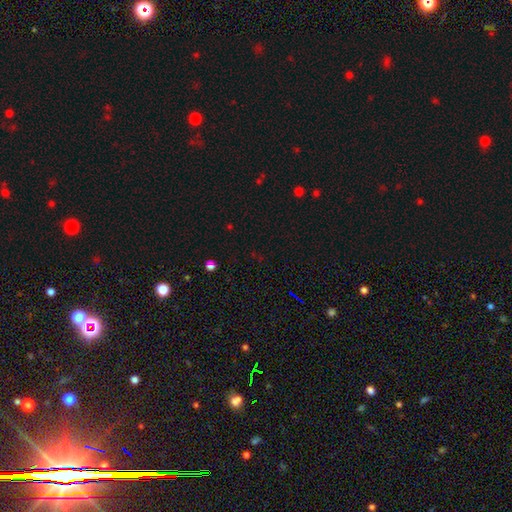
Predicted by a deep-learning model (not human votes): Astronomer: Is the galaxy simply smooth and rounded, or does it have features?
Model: star or artifact — 69%.